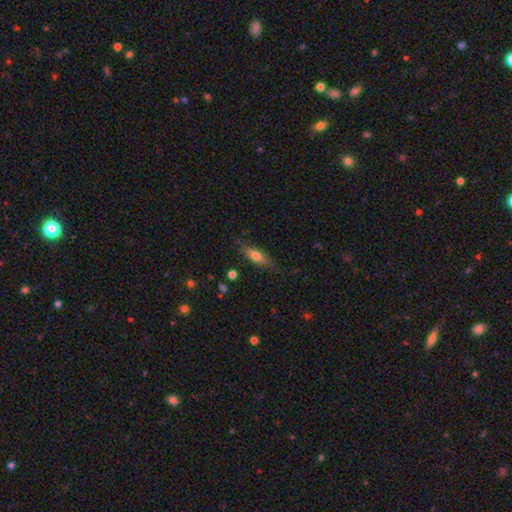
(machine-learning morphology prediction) A smooth galaxy with no disk features (63%) that is in between round and cigar-shaped (51%).

Vote fractions:
- Smooth or featured? smooth: 63% / featured or disk: 30% / star or artifact: 7%
- How rounded? in between: 51% / cigar-shaped: 46% / round: 3%
- Merging? none: 77% / minor disturbance: 17% / major disturbance: 4% / merger: 2%